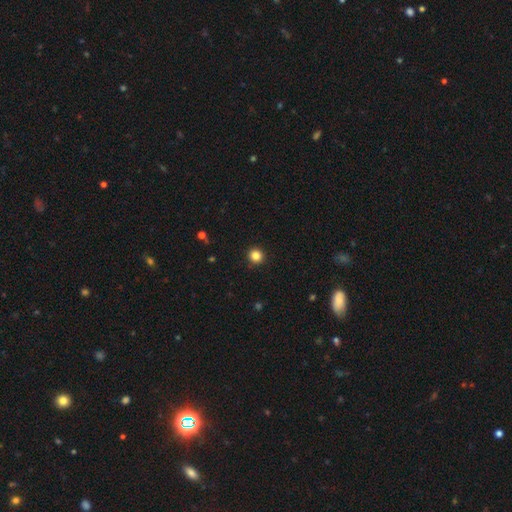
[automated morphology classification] Q: Smooth or featured?
A: smooth (84%); runner-up: star or artifact (12%)
Q: How rounded?
A: round (93%); runner-up: in between (6%)
Q: Merging?
A: none (93%); runner-up: minor disturbance (5%)